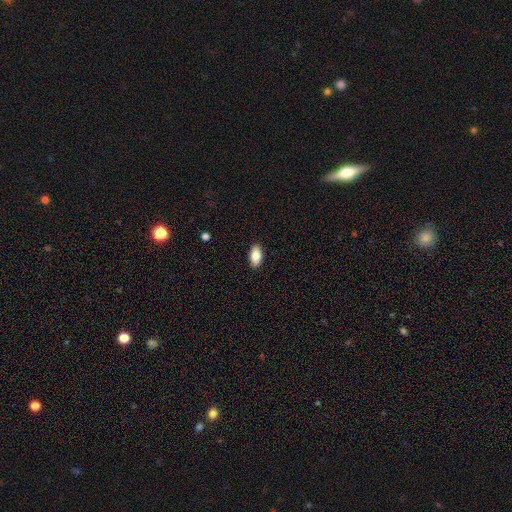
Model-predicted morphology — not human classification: smooth_or_featured: smooth (p=0.84) [alt: featured or disk p=0.09]
how_rounded: in between (p=0.92) [alt: cigar-shaped p=0.05]
merging: none (p=0.90) [alt: minor disturbance p=0.07]